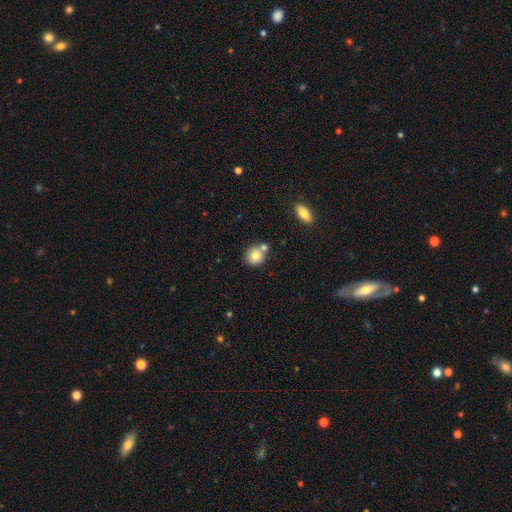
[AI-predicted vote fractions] Smooth or featured? Predicted: smooth (p=0.79). How rounded? Predicted: round (p=0.87). Merging? Predicted: none (p=0.57).